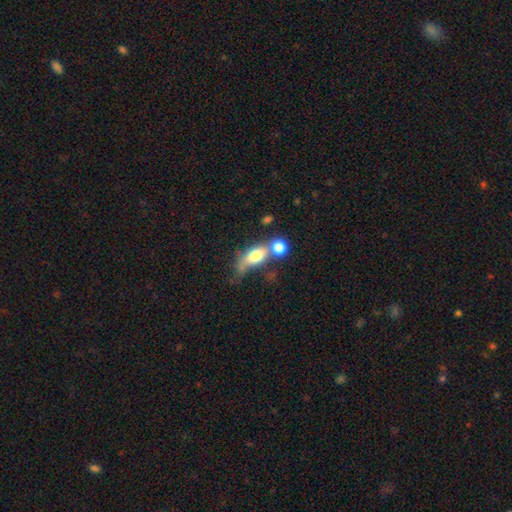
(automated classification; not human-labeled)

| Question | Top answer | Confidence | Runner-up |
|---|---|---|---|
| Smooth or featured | smooth | 68% | featured or disk (23%) |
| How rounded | in between | 71% | cigar-shaped (15%) |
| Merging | merger | 49% | none (25%) |